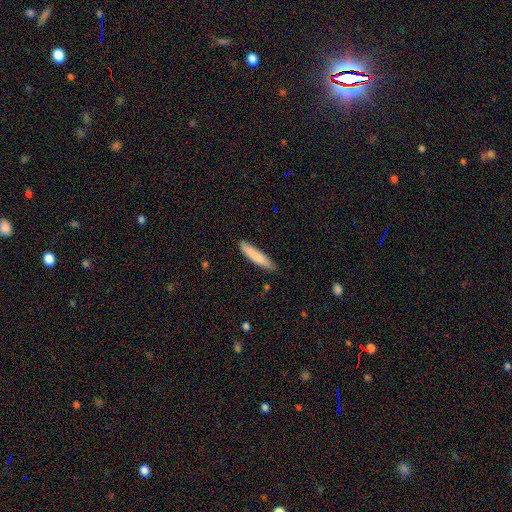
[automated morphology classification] A smooth galaxy with no disk features (82%) that is cigar-shaped (88%). Merging: none (82%).